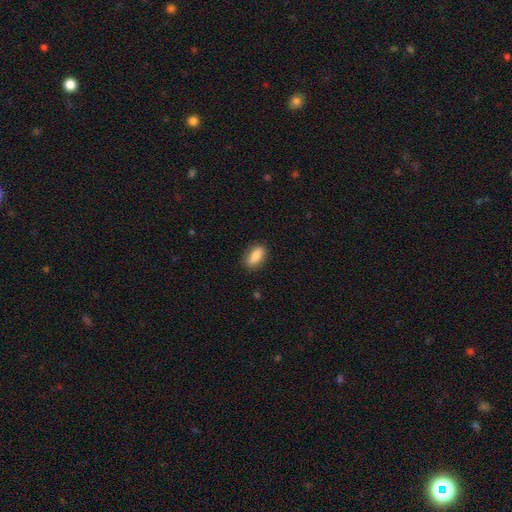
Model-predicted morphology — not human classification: A smooth galaxy with no disk features (84%) that is in between round and cigar-shaped (86%).

Vote fractions:
- Smooth or featured? smooth: 84% / featured or disk: 9% / star or artifact: 7%
- How rounded? in between: 86% / cigar-shaped: 9% / round: 5%
- Merging? none: 85% / minor disturbance: 12% / major disturbance: 3% / merger: 1%